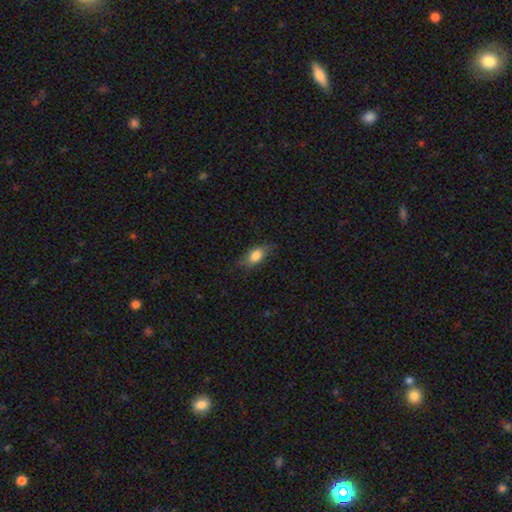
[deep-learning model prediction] Smooth or featured: smooth — 79% (featured or disk — 13%)
How rounded: in between — 81% (cigar-shaped — 12%)
Merging: none — 74% (minor disturbance — 19%)